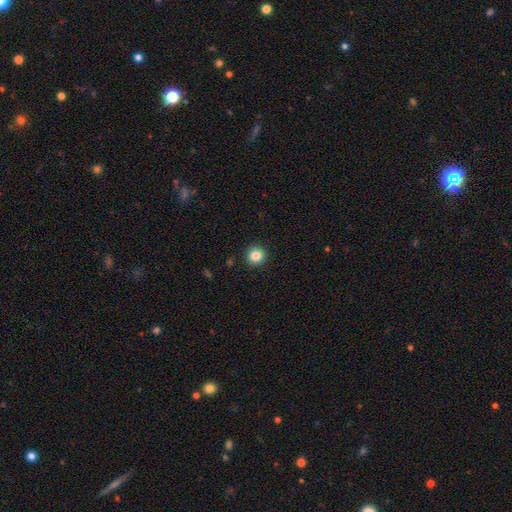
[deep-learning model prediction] A smooth galaxy with no disk features (85%) that is round (92%).

Vote fractions:
- Smooth or featured? smooth: 85% / star or artifact: 10% / featured or disk: 5%
- How rounded? round: 92% / in between: 7% / cigar-shaped: 1%
- Merging? none: 92% / minor disturbance: 5% / major disturbance: 2% / merger: 1%